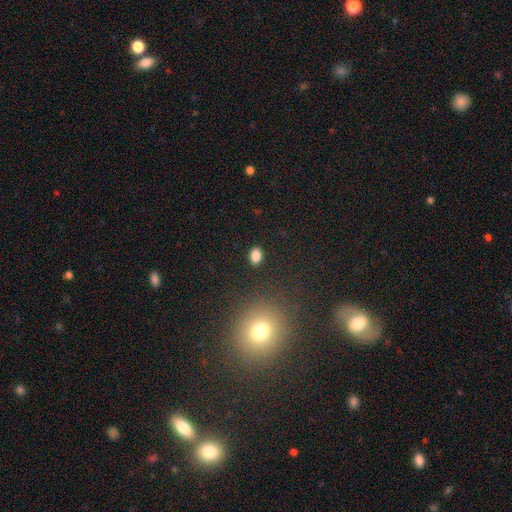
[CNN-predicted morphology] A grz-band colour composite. It shows a smooth galaxy with no disk features (84%) that is in between round and cigar-shaped (76%). Merging: none (88%).